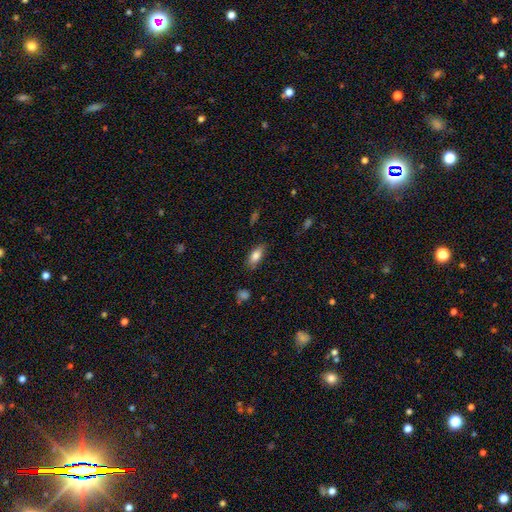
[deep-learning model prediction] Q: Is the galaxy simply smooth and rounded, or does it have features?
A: smooth — 81%.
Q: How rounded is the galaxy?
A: in between — 84%.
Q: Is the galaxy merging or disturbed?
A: none — 81%.